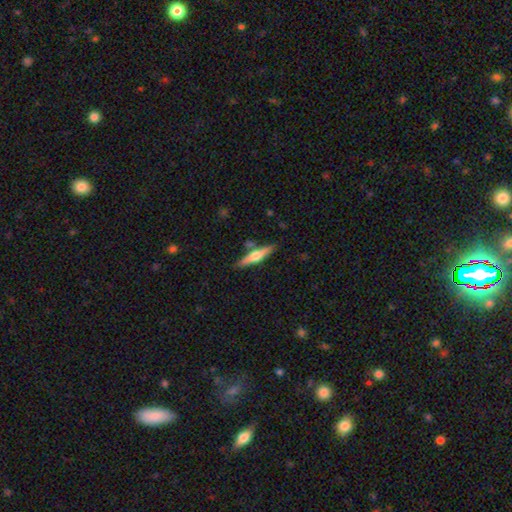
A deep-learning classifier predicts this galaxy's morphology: A featured or disk galaxy (63%) viewed edge-on (97%) with a rounded central bulge (93%).

Vote fractions:
- Smooth or featured? featured or disk: 63% / smooth: 32% / star or artifact: 6%
- Edge-on disk? yes: 97% / no: 3%
- Edge-on bulge? rounded: 93% / boxy: 4% / none: 3%
- Merging? none: 81% / minor disturbance: 10% / merger: 7% / major disturbance: 2%